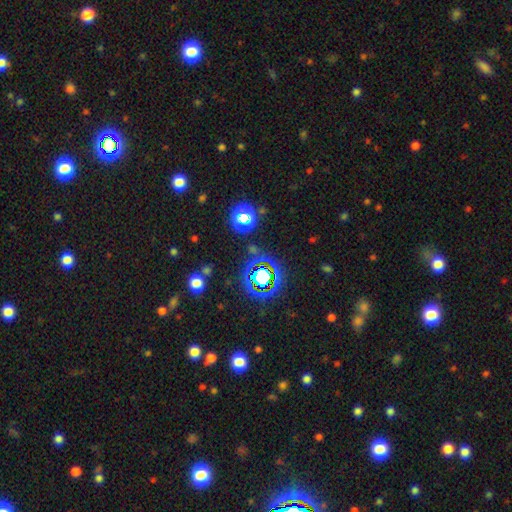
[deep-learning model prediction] A star or artifact, not a galaxy (71%).